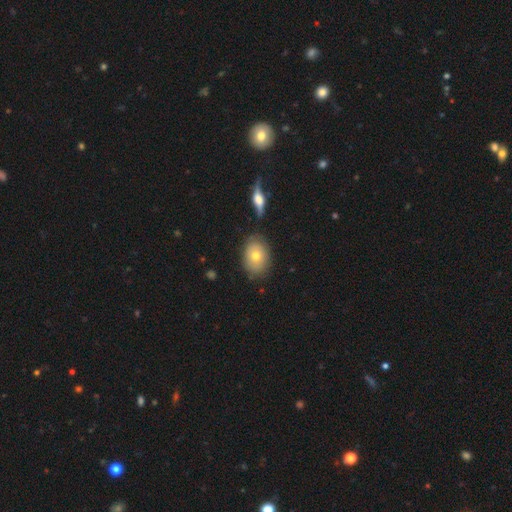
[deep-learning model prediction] Morphology: type=smooth (68%); roundness=in between (66%); merging=none (77%).